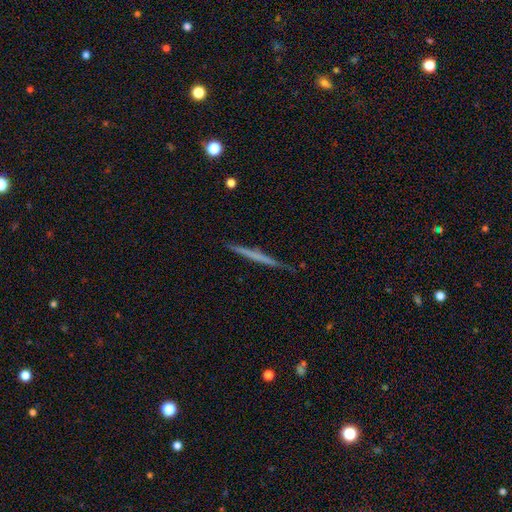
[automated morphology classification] This appears to be a featured or disk galaxy (52%) viewed edge-on (97%) with no central bulge (89%). Merging: none (89%).